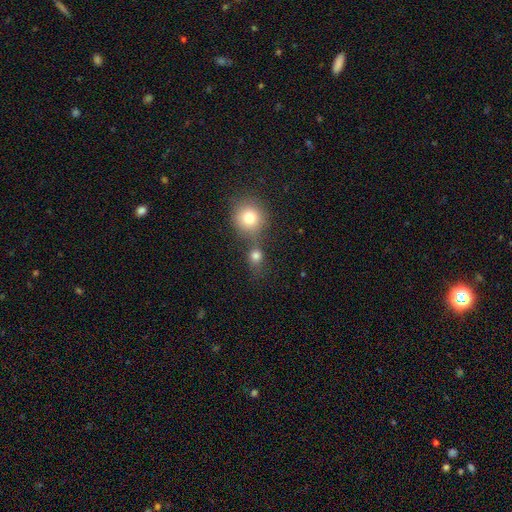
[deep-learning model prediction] The model was most divided on "merging": none: 46%, merger: 39%, minor disturbance: 9%, major disturbance: 6%. More confident: smooth or featured — smooth (78%); how rounded — round (75%).